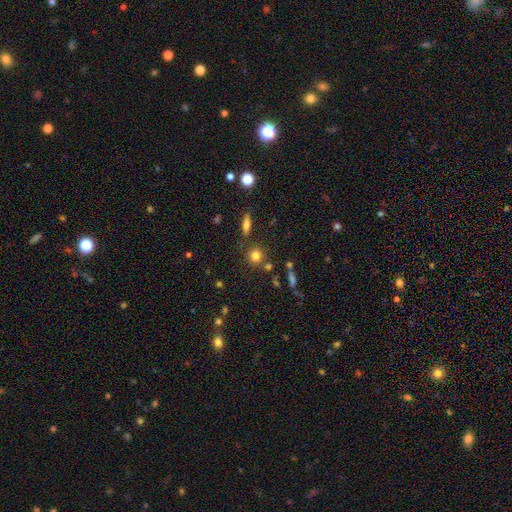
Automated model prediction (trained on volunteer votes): Smooth or featured?
  - smooth: 78% *
  - star or artifact: 14%
  - featured or disk: 9%
How rounded?
  - round: 86% *
  - in between: 12%
  - cigar-shaped: 2%
Merging?
  - none: 76% *
  - minor disturbance: 10%
  - merger: 10%
  - major disturbance: 4%